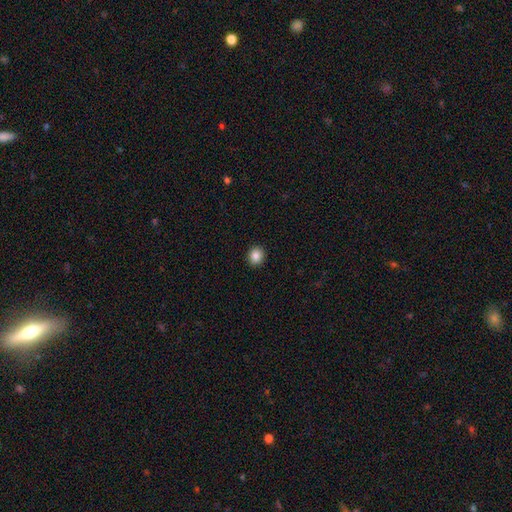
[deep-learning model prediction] Q: Smooth or featured?
A: smooth (86%); runner-up: star or artifact (10%)
Q: How rounded?
A: round (75%); runner-up: in between (24%)
Q: Merging?
A: none (92%); runner-up: minor disturbance (6%)